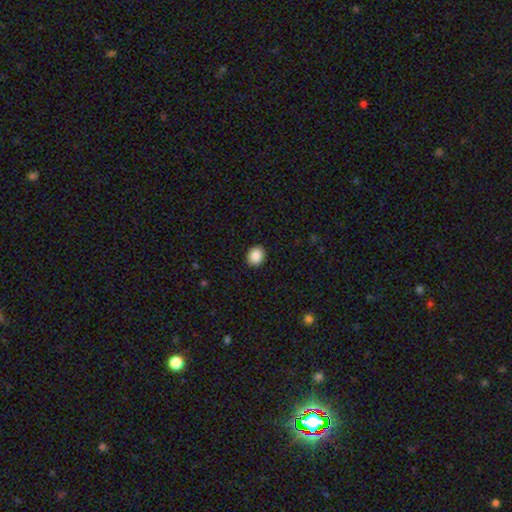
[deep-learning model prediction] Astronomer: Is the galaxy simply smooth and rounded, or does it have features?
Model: smooth — 89%.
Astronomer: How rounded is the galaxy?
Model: round — 67%.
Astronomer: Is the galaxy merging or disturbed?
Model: none — 91%.